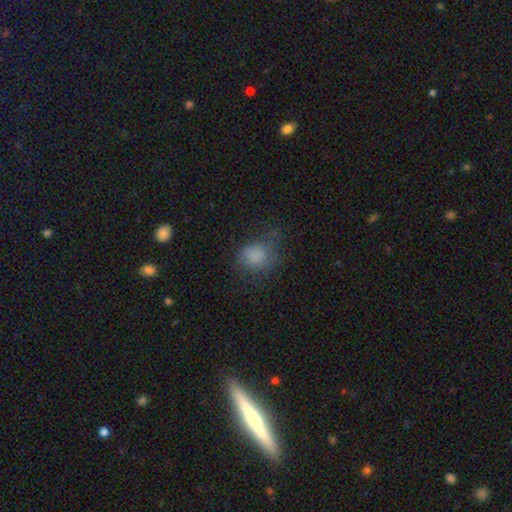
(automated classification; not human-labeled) smooth 79%, star or artifact 11%, featured or disk 9%. Down the decision tree: how rounded — round (65%); merging — none (51%).